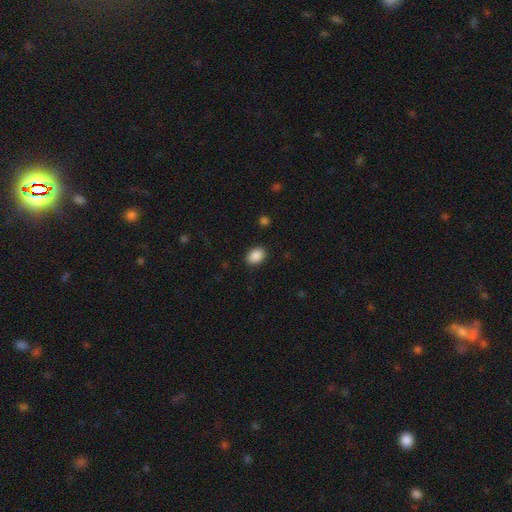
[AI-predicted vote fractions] Overall: smooth (89%). How rounded: in between (74%). Merging: none (89%).